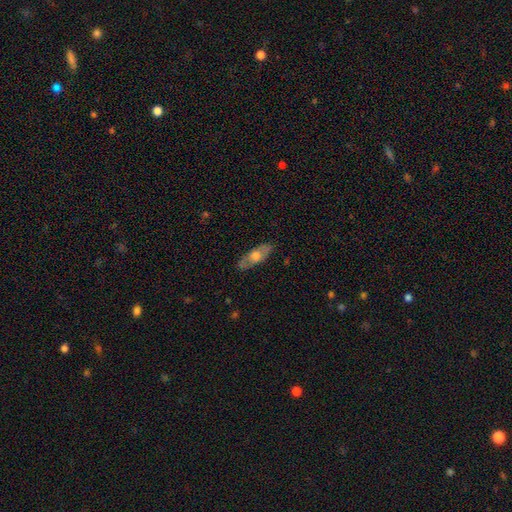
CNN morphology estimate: A smooth galaxy with no disk features (48%).

Vote fractions:
- Smooth or featured? smooth: 48% / featured or disk: 46% / star or artifact: 6%
- Merging? none: 85% / minor disturbance: 12% / major disturbance: 2% / merger: 1%